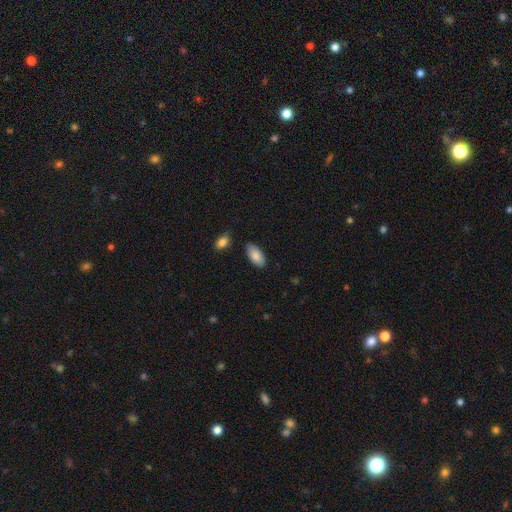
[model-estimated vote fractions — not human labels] Q: Smooth or featured?
A: smooth (87%); runner-up: featured or disk (7%)
Q: How rounded?
A: in between (92%); runner-up: cigar-shaped (6%)
Q: Merging?
A: none (85%); runner-up: minor disturbance (10%)